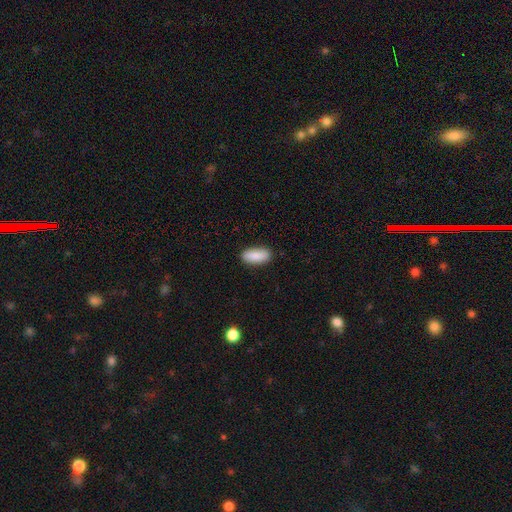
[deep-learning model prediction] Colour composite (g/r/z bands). It shows a smooth galaxy with no disk features (88%) that is in between round and cigar-shaped (85%). Merging: none (87%).